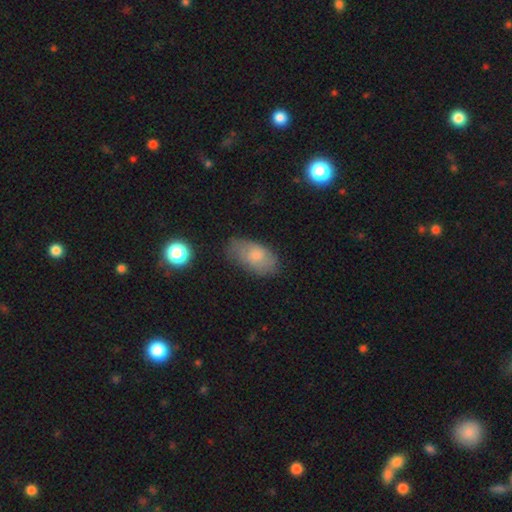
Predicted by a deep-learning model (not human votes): Smooth or featured?
  - smooth: 69% *
  - featured or disk: 23%
  - star or artifact: 8%
How rounded?
  - in between: 93% *
  - round: 5%
  - cigar-shaped: 3%
Merging?
  - none: 62% *
  - minor disturbance: 28%
  - major disturbance: 8%
  - merger: 2%